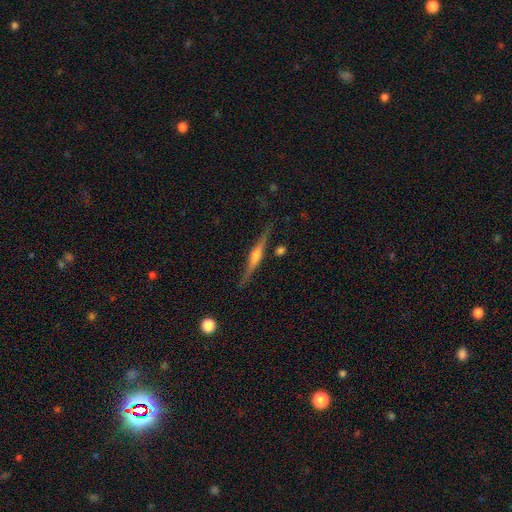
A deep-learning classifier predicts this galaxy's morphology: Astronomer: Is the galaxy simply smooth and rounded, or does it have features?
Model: featured or disk — 78%.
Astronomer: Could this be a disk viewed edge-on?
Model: yes — 98%.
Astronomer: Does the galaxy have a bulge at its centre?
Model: rounded — 86%.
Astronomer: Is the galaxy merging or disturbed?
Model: none — 85%.